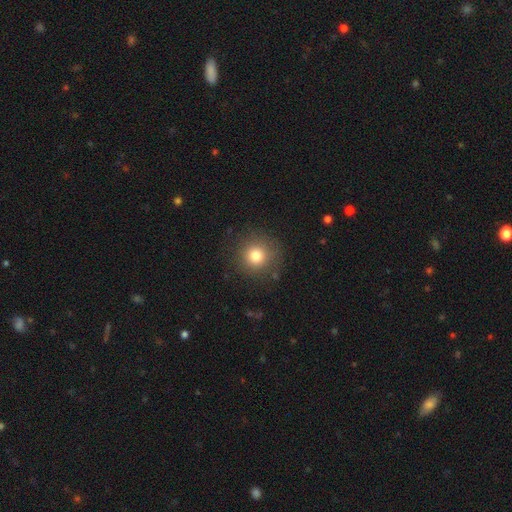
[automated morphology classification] smooth 79%, star or artifact 13%, featured or disk 9%. Down the decision tree: how rounded — round (94%); merging — none (87%).